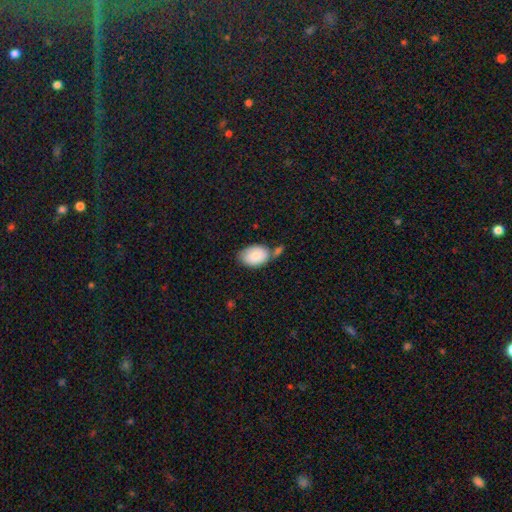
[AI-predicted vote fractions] smooth-or-featured: smooth: 84% | featured or disk: 10% | star or artifact: 6%
  how-rounded: in between: 88% | round: 10% | cigar-shaped: 1%
  merging: none: 50% | minor disturbance: 22% | merger: 22% | major disturbance: 7%